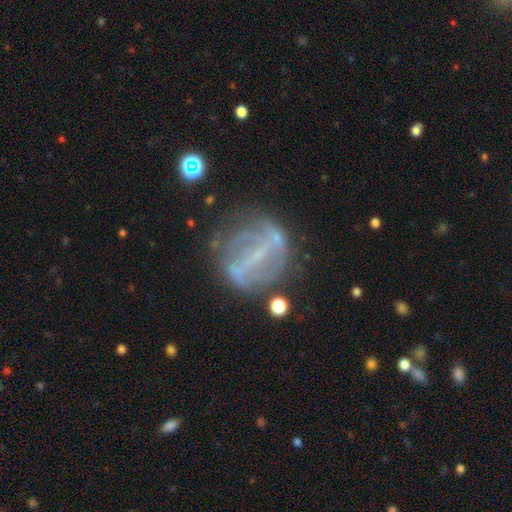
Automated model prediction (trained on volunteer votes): Morphology: type=featured or disk (73%); edge-on=no (93%); bar=strong (57%); spiral arms=yes (54%); bulge=small (58%); merging=none (60%).